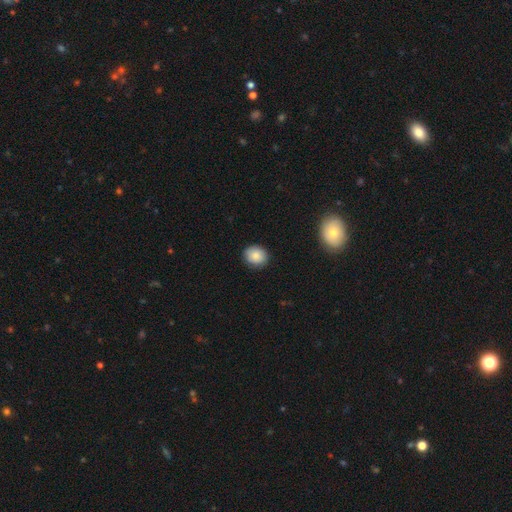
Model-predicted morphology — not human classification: Smooth or featured? smooth (86%)
How rounded? round (70%)
Merging? none (87%)